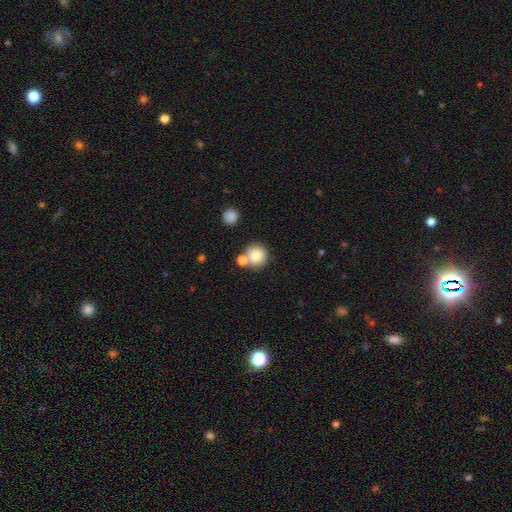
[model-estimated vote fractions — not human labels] Smooth or featured: smooth — 78% (featured or disk — 12%)
How rounded: round — 92% (in between — 7%)
Merging: none — 66% (merger — 21%)